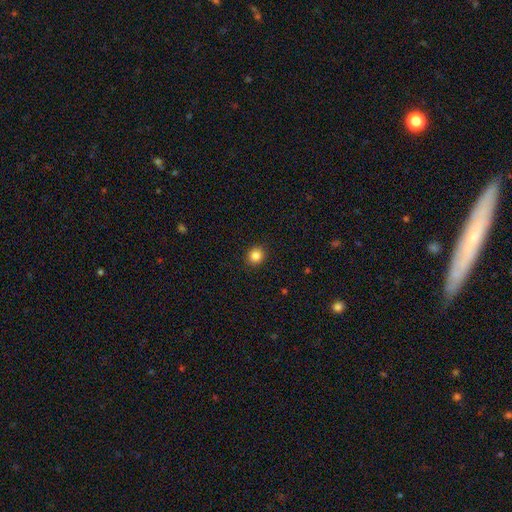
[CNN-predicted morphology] A smooth galaxy with no disk features (85%) that is round (83%). Merging: none (92%).